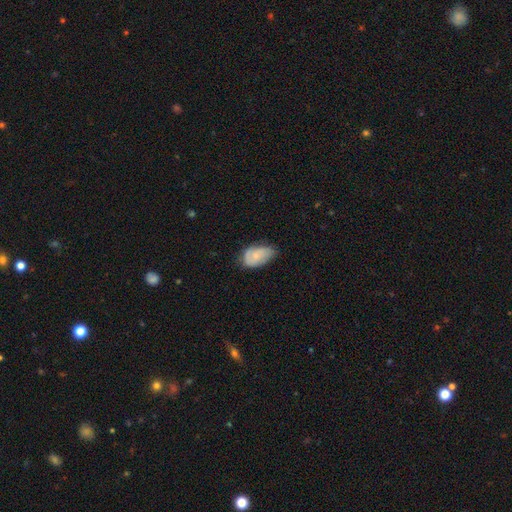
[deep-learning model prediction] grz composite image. It shows a smooth galaxy with no disk features (69%) that is in between round and cigar-shaped (92%). Merging: none (45%).